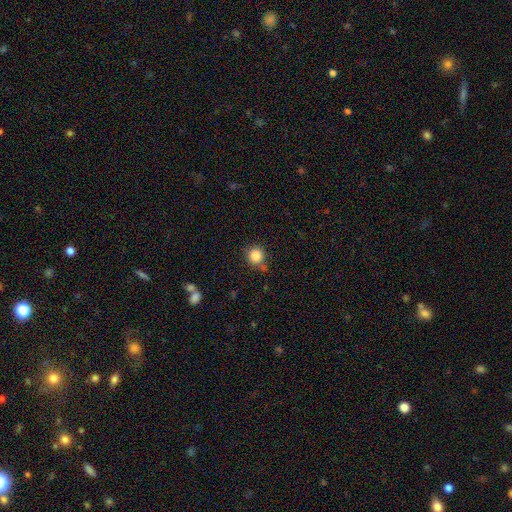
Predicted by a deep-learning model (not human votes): smooth 85%, star or artifact 11%, featured or disk 5%. Down the decision tree: how rounded — round (93%); merging — none (78%).